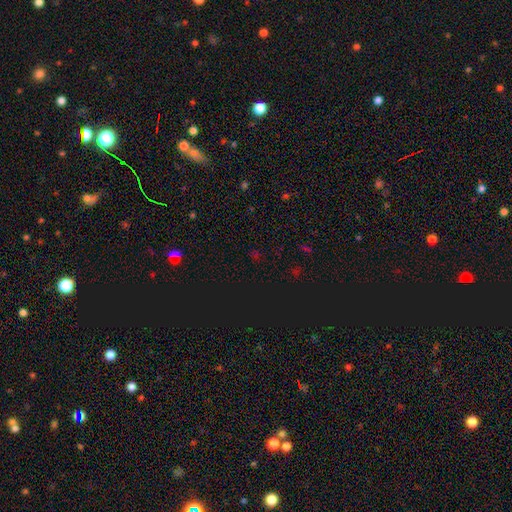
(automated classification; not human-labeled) A star or artifact, not a galaxy (68%).